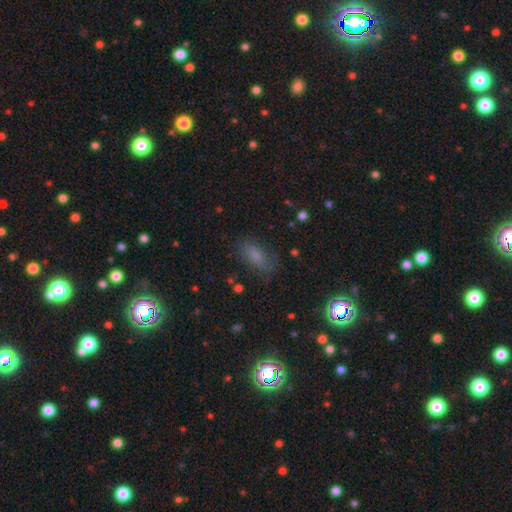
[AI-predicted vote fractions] smooth-or-featured: smooth: 69% | star or artifact: 18% | featured or disk: 13%
  how-rounded: in between: 79% | cigar-shaped: 16% | round: 5%
  merging: none: 72% | minor disturbance: 18% | major disturbance: 7% | merger: 2%